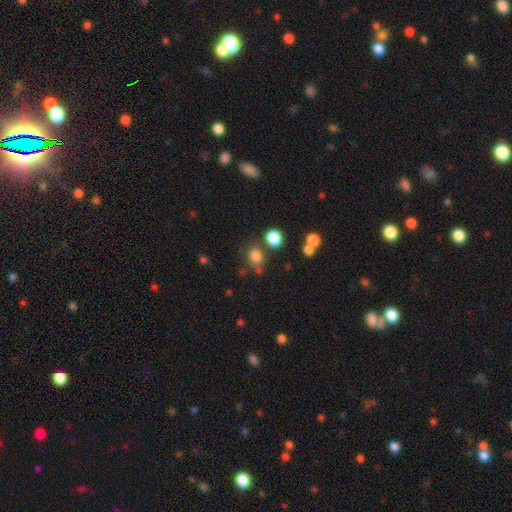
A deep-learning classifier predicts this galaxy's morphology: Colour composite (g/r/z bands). It shows a smooth galaxy with no disk features (79%) that is round (58%). Merging: none (65%).